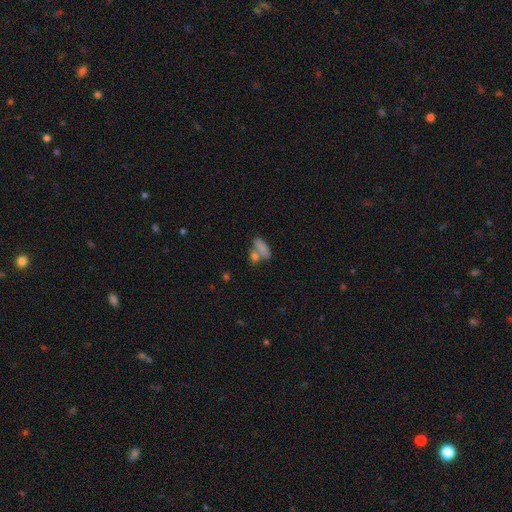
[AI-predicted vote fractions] Smooth or featured? smooth (74%)
How rounded? in between (66%)
Merging? none (46%)